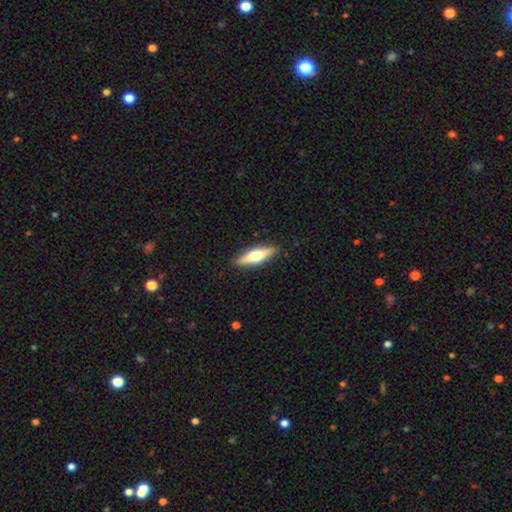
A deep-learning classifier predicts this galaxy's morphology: Smooth or featured? Predicted: featured or disk (p=0.52). Edge-on disk? Predicted: yes (p=0.94). Merging? Predicted: none (p=0.90).